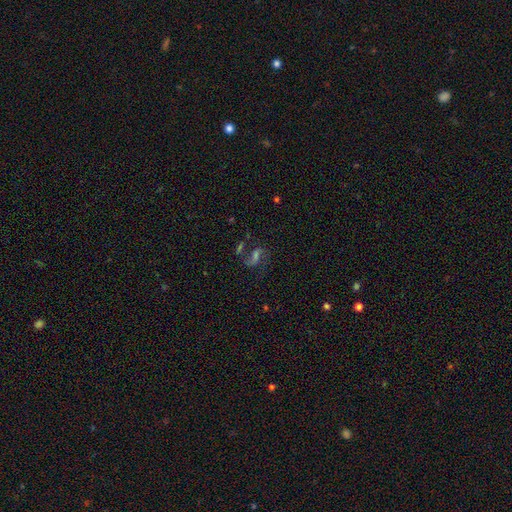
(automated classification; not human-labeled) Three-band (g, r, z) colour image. It shows a featured or disk galaxy (60%) with a weak bar (42%), spiral arms (86%) and a small central bulge (33%, tied with moderate). Merging: none (52%).